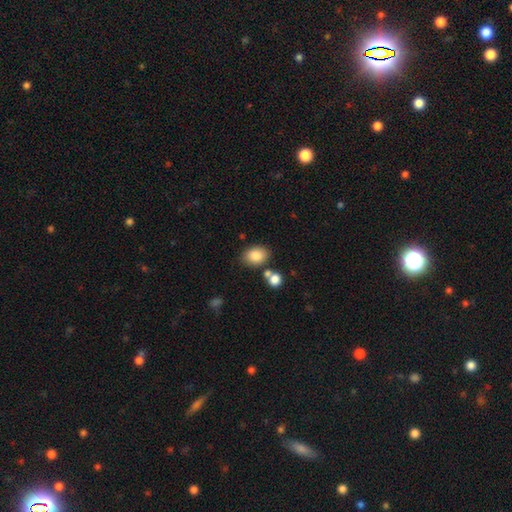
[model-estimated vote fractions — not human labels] smooth-or-featured: smooth: 84% | star or artifact: 8% | featured or disk: 7%
  how-rounded: in between: 73% | round: 26% | cigar-shaped: 1%
  merging: none: 74% | minor disturbance: 12% | merger: 11% | major disturbance: 3%